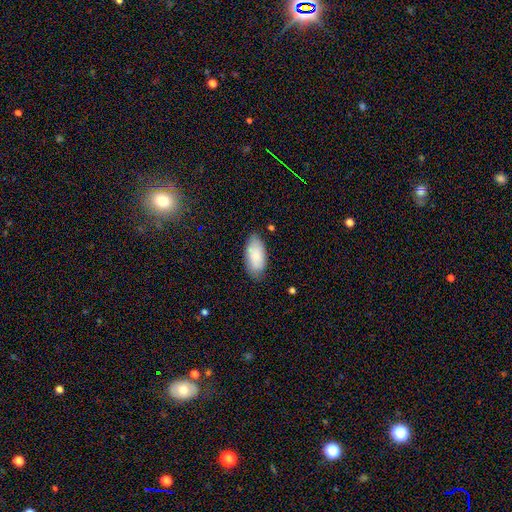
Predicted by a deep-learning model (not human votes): A smooth galaxy with no disk features (83%) that is in between round and cigar-shaped (94%).

Vote fractions:
- Smooth or featured? smooth: 83% / featured or disk: 11% / star or artifact: 6%
- How rounded? in between: 94% / cigar-shaped: 4% / round: 2%
- Merging? none: 78% / minor disturbance: 17% / major disturbance: 3% / merger: 1%